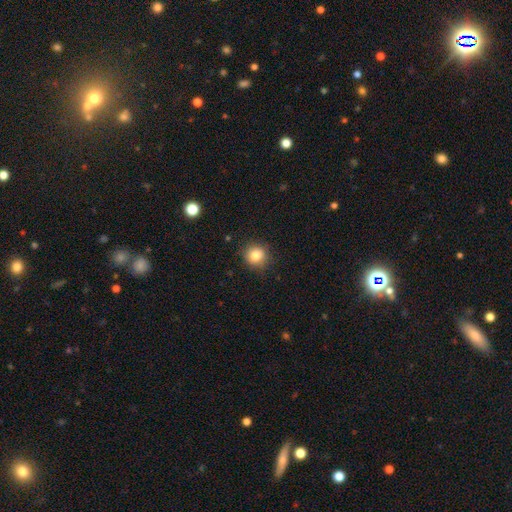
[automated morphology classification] This is clearly a smooth galaxy (82%). How rounded: clearly round (92%). Merging: clearly none (89%).